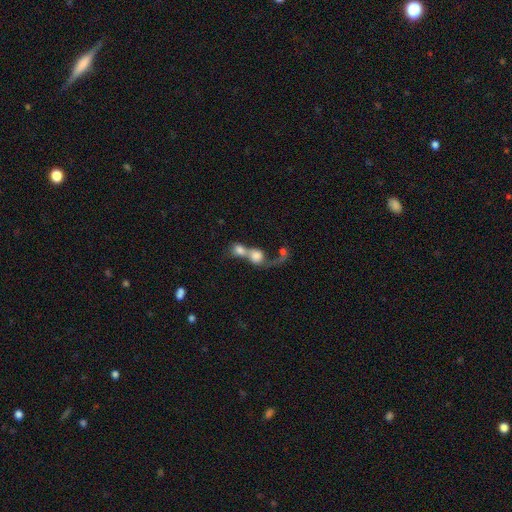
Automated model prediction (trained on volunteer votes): A smooth galaxy with no disk features (63%) that is round (68%).

Vote fractions:
- Smooth or featured? smooth: 63% / featured or disk: 26% / star or artifact: 11%
- How rounded? round: 68% / in between: 29% / cigar-shaped: 3%
- Merging? merger: 78% / none: 9% / major disturbance: 9% / minor disturbance: 4%